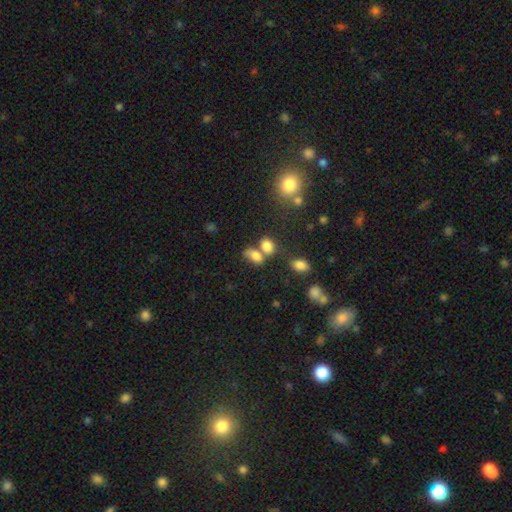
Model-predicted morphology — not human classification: A smooth galaxy with no disk features (77%) that is in between round and cigar-shaped (80%).

Vote fractions:
- Smooth or featured? smooth: 77% / star or artifact: 12% / featured or disk: 10%
- How rounded? in between: 80% / round: 17% / cigar-shaped: 3%
- Merging? merger: 45% / none: 35% / minor disturbance: 13% / major disturbance: 7%